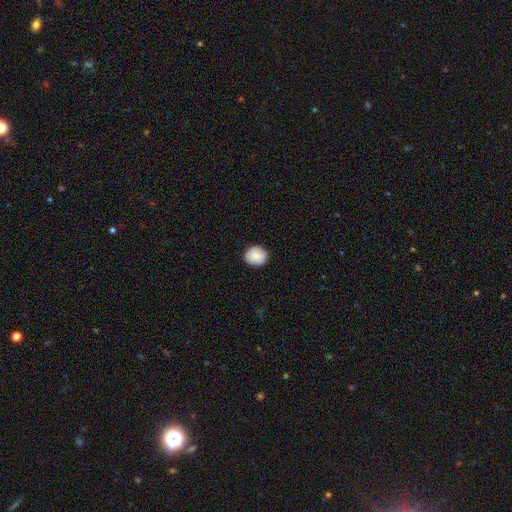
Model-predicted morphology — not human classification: type=smooth (85%); roundness=round (75%); merging=none (88%).